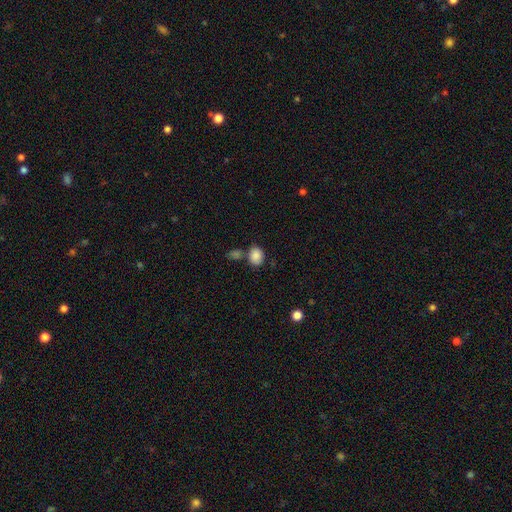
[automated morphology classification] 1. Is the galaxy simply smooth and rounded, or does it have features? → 87% smooth, 8% star or artifact, 5% featured or disk.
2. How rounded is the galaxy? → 59% in between, 40% round, 1% cigar-shaped.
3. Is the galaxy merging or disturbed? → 59% none, 23% merger, 14% minor disturbance, 5% major disturbance.